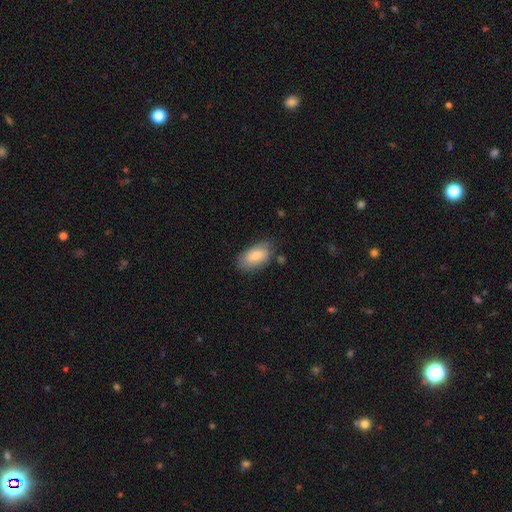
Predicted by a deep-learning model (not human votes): smooth_or_featured: smooth (p=0.81) [alt: featured or disk p=0.13]
how_rounded: in between (p=0.93) [alt: round p=0.04]
merging: none (p=0.70) [alt: minor disturbance p=0.22]